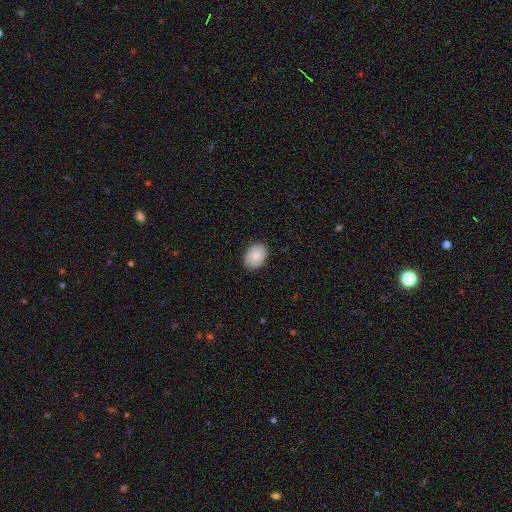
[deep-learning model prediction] The model was most divided on "how rounded": in between: 74%, round: 25%, cigar-shaped: 1%. More confident: merging — none (88%); smooth or featured — smooth (88%).